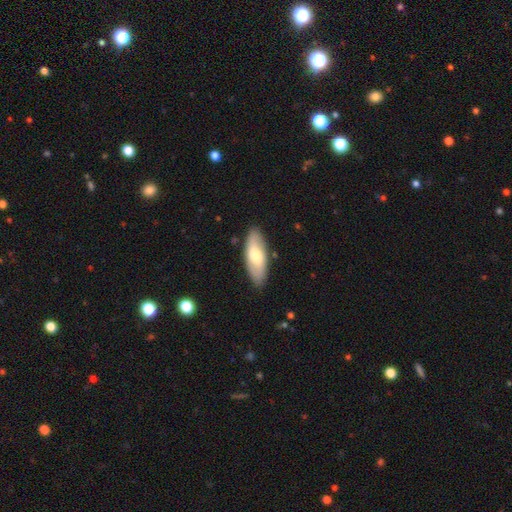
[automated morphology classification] Overall: smooth (63%; featured or disk 31%). How rounded: in between (76%). Merging: none (86%).